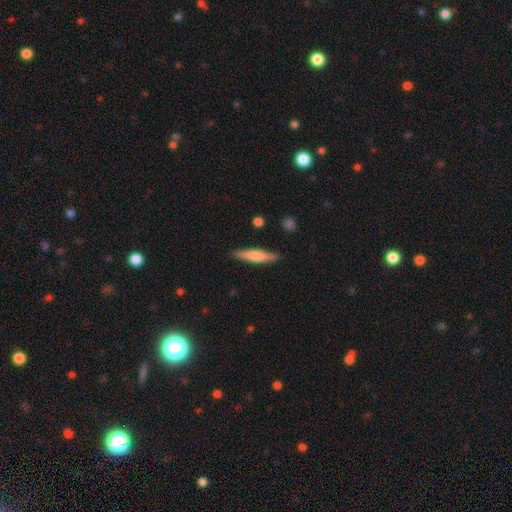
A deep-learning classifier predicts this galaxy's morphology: smooth 55%, featured or disk 39%, star or artifact 6%. Down the decision tree: how rounded — cigar-shaped (87%); merging — none (88%).